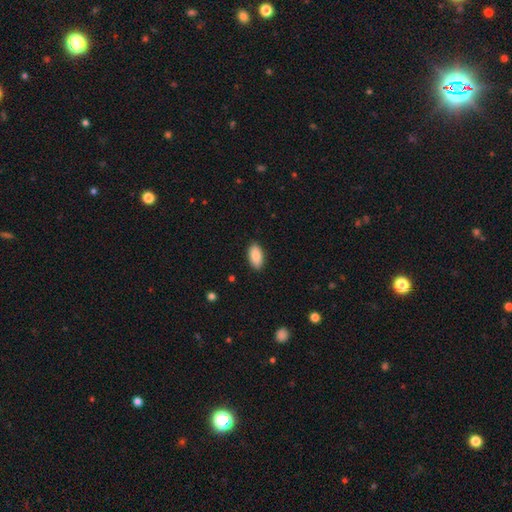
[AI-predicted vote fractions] smooth 89%, star or artifact 6%, featured or disk 5%. Down the decision tree: how rounded — in between (94%); merging — none (89%).